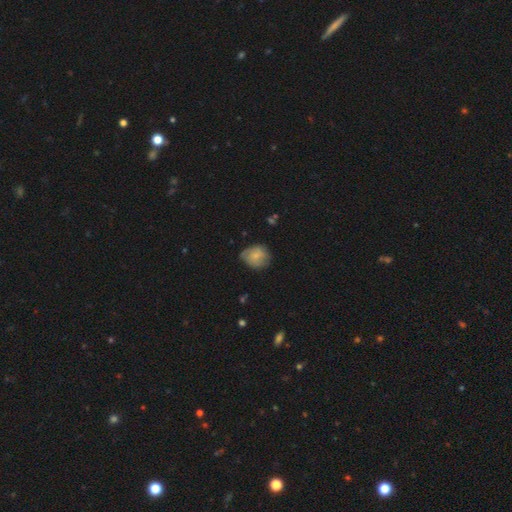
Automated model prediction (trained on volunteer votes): smooth-or-featured: smooth: 67% | featured or disk: 25% | star or artifact: 8%
  how-rounded: round: 63% | in between: 36% | cigar-shaped: 1%
  merging: none: 59% | minor disturbance: 31% | major disturbance: 9% | merger: 2%